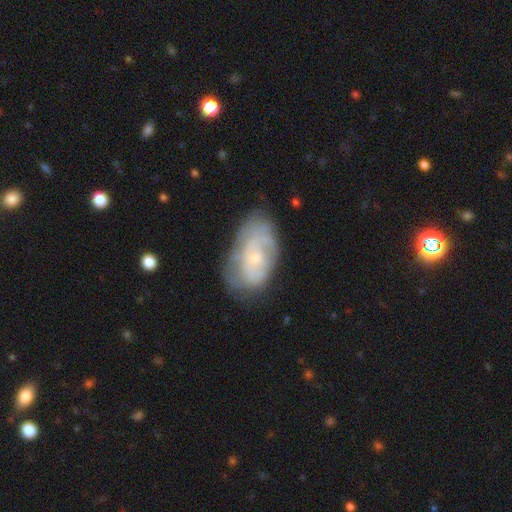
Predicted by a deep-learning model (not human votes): Q: Smooth or featured?
A: featured or disk (59%); runner-up: smooth (31%)
Q: Edge-on disk?
A: no (94%); runner-up: yes (6%)
Q: Bar?
A: no (72%); runner-up: weak (24%)
Q: Spiral arms?
A: yes (76%); runner-up: no (24%)
Q: Bulge size?
A: small (65%); runner-up: moderate (28%)
Q: Merging?
A: none (68%); runner-up: minor disturbance (22%)